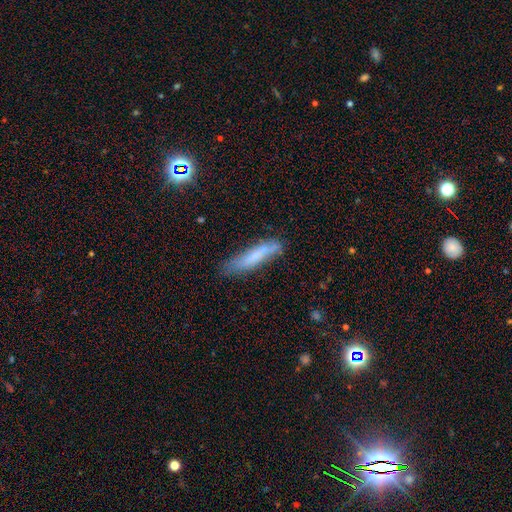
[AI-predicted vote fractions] Q: Smooth or featured?
A: smooth (67%); runner-up: featured or disk (24%)
Q: How rounded?
A: cigar-shaped (82%); runner-up: in between (16%)
Q: Merging?
A: none (63%); runner-up: minor disturbance (23%)